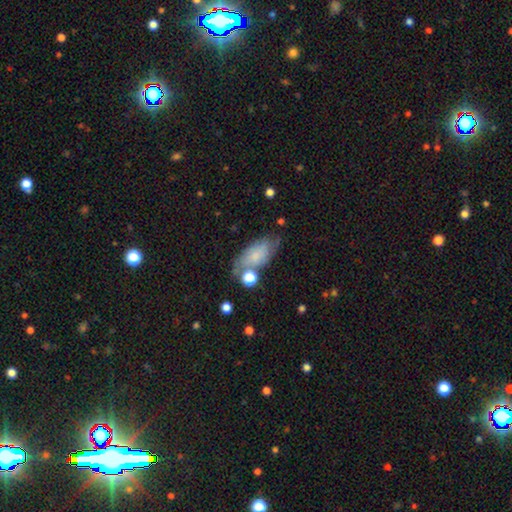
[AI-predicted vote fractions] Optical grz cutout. It shows a smooth galaxy with no disk features (64%) that is in between round and cigar-shaped (86%). Merging: none (54%).